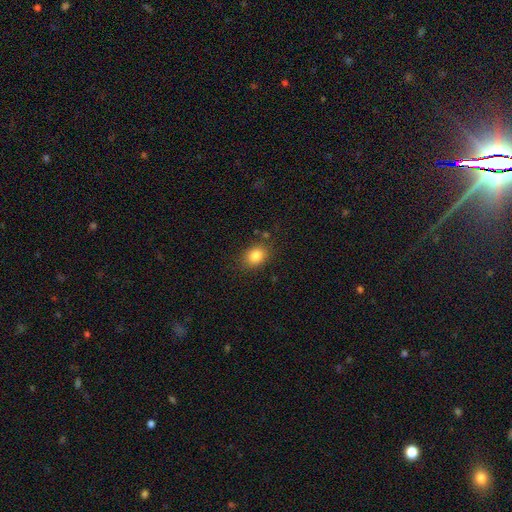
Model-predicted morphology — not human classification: Overall: smooth (83%). How rounded: in between (61%; round 38%). Merging: none (82%).